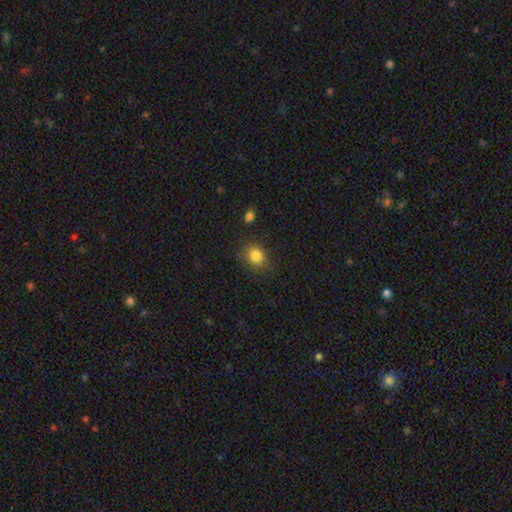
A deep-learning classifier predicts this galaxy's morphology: The model was most divided on "how rounded": round: 65%, in between: 34%, cigar-shaped: 1%. More confident: smooth or featured — smooth (84%); merging — none (79%).